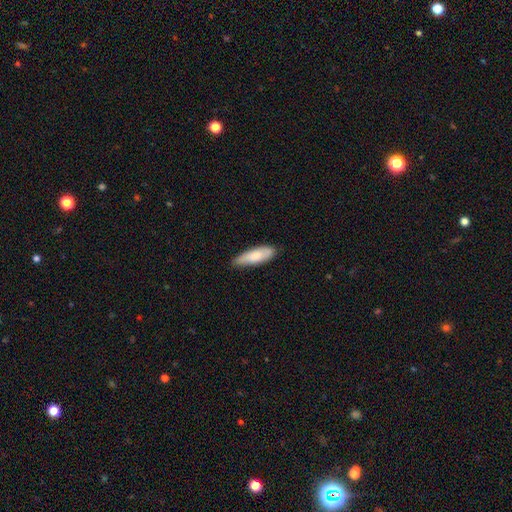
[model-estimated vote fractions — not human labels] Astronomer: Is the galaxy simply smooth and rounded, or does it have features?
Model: smooth — 79%.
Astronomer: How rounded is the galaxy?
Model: cigar-shaped — 50% (runner-up: in between, 49%).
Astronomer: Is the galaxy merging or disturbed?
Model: none — 72%.